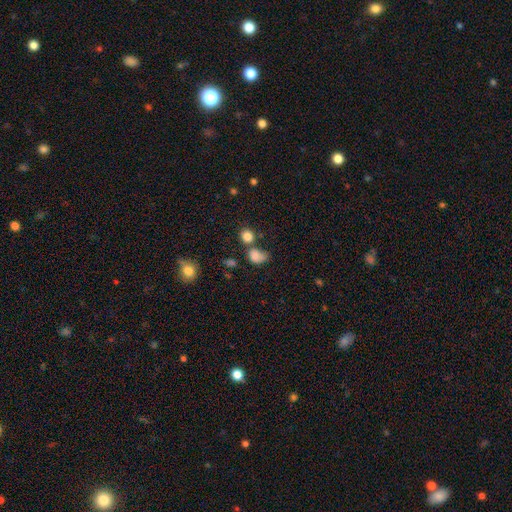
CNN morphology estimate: smooth 80%, star or artifact 12%, featured or disk 8%. Down the decision tree: how rounded — in between (54%); merging — none (37%).